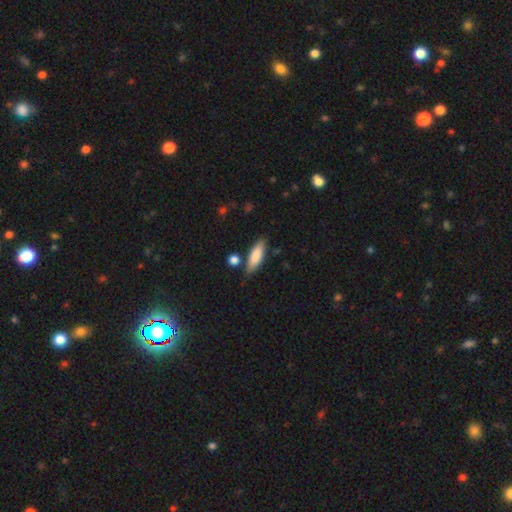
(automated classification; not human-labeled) Smooth or featured? Predicted: smooth (p=0.82). How rounded? Predicted: in between (p=0.54). Merging? Predicted: none (p=0.76).